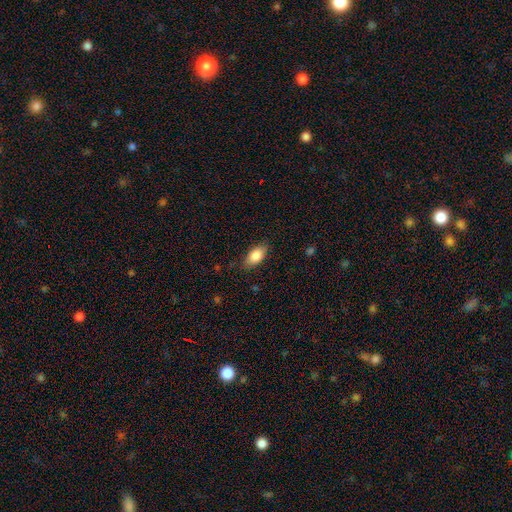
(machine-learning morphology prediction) Smooth or featured? Predicted: smooth (p=0.84). How rounded? Predicted: in between (p=0.90). Merging? Predicted: none (p=0.82).